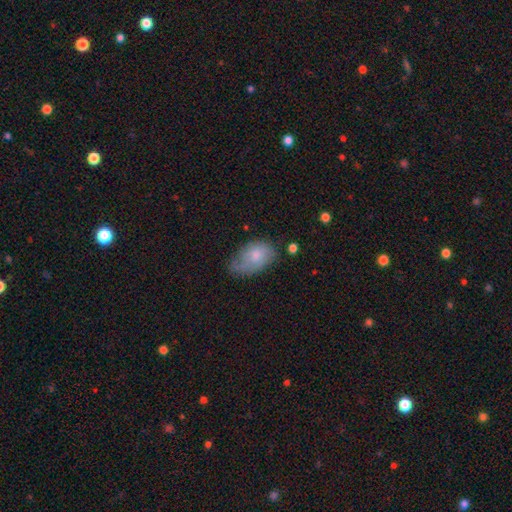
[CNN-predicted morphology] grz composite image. It shows a smooth galaxy with no disk features (69%) that is in between round and cigar-shaped (91%). Merging: none (43%).